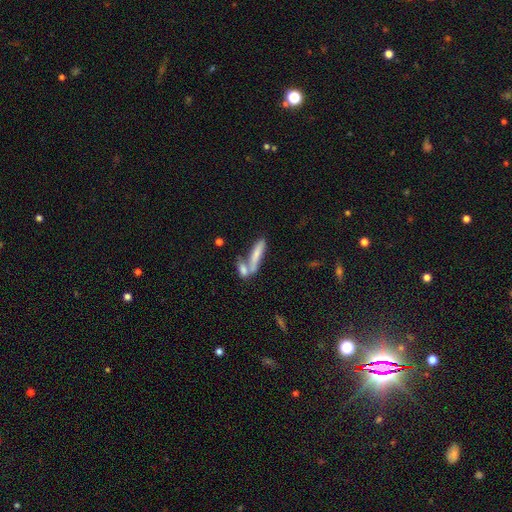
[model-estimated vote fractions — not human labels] This appears to be a smooth galaxy with no disk features (63%) that is cigar-shaped (76%). Merging: merger (45%).